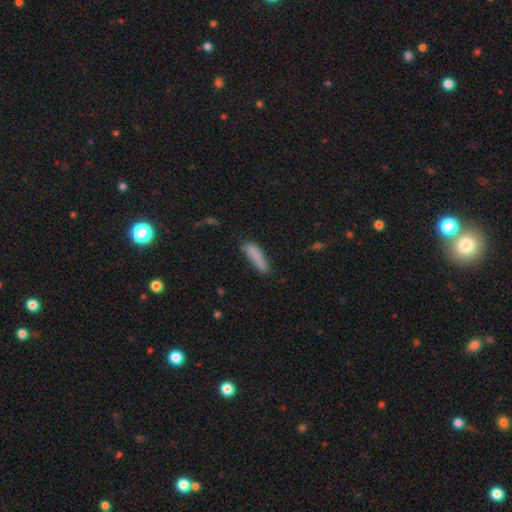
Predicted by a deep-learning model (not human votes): Overall: smooth (85%). How rounded: cigar-shaped (78%). Merging: none (76%).